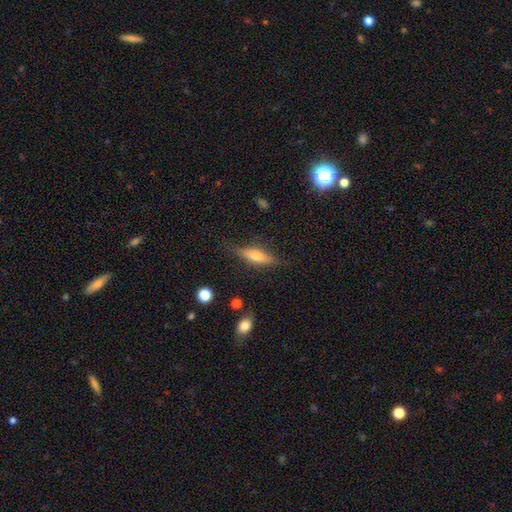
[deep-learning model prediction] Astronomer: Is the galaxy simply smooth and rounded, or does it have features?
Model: smooth — 47% (runner-up: featured or disk, 45%).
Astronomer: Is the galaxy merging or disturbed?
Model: none — 81%.